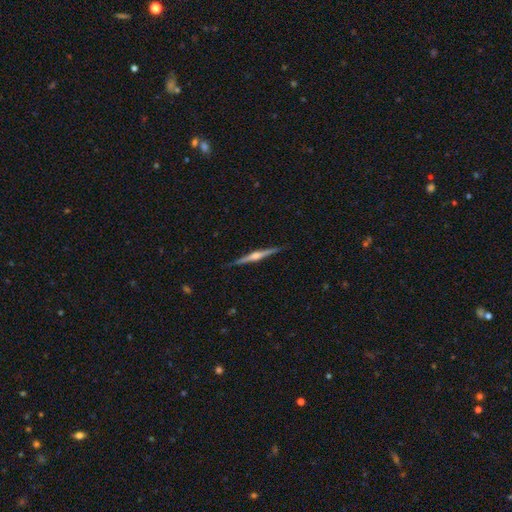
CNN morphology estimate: type=featured or disk (81%); edge-on=yes (99%); edge-on bulge=rounded (87%); merging=none (91%).